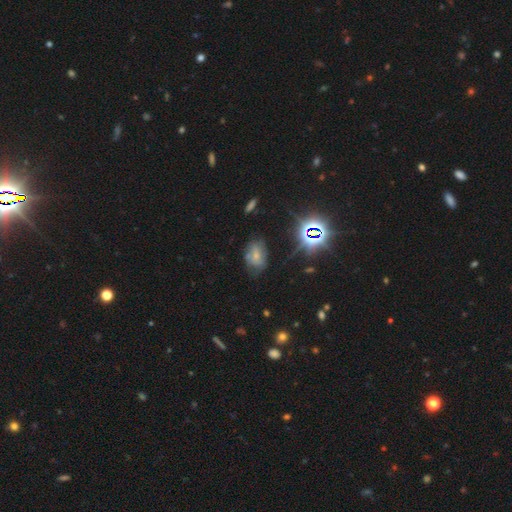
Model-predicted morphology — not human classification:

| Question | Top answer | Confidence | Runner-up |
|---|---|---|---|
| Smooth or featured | smooth | 46% | featured or disk (29%) |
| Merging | none | 56% | minor disturbance (28%) |